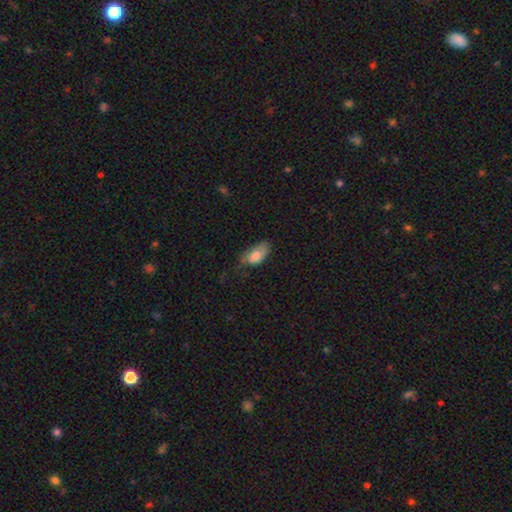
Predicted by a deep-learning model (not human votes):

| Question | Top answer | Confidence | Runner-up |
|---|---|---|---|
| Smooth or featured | smooth | 76% | featured or disk (16%) |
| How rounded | in between | 92% | round (5%) |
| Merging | minor disturbance | 39% | none (35%) |